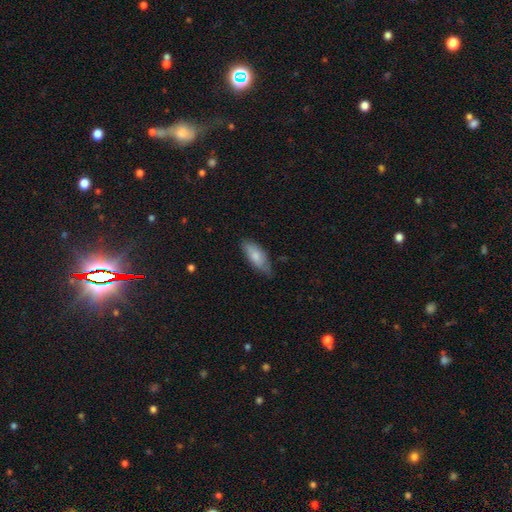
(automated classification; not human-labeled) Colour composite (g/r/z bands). It shows a smooth galaxy with no disk features (75%) that is in between round and cigar-shaped (78%). Merging: none (66%).